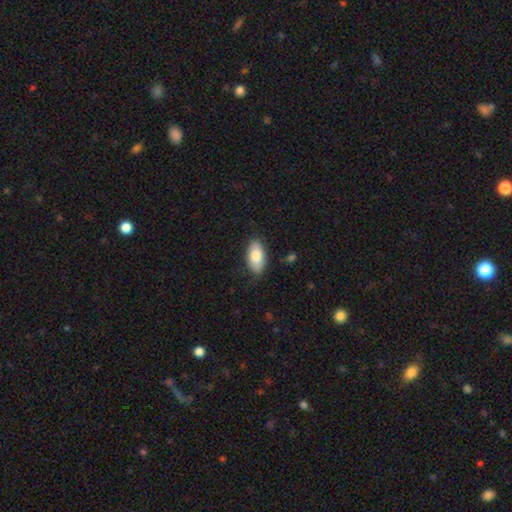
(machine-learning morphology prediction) A smooth galaxy with no disk features (83%) that is in between round and cigar-shaped (92%).

Vote fractions:
- Smooth or featured? smooth: 83% / featured or disk: 11% / star or artifact: 6%
- How rounded? in between: 92% / cigar-shaped: 5% / round: 3%
- Merging? none: 83% / minor disturbance: 13% / major disturbance: 3% / merger: 1%